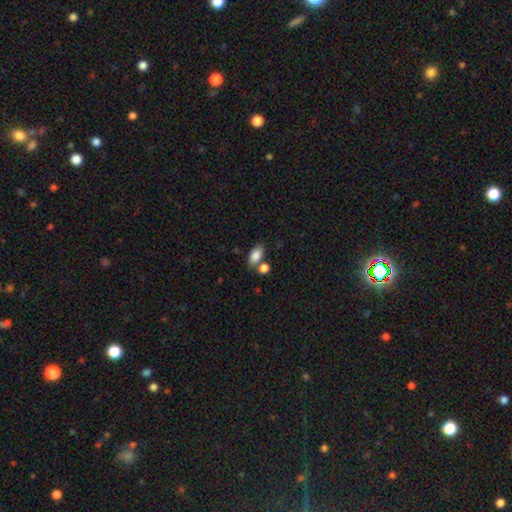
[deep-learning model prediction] Morphology: type=smooth (85%); roundness=in between (89%); merging=none (61%).